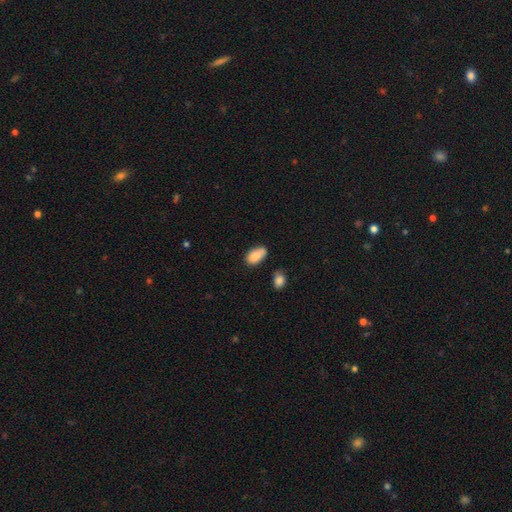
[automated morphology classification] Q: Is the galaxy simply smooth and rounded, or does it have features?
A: smooth — 85%.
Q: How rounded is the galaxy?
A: in between — 93%.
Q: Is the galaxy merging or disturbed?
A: none — 67%.